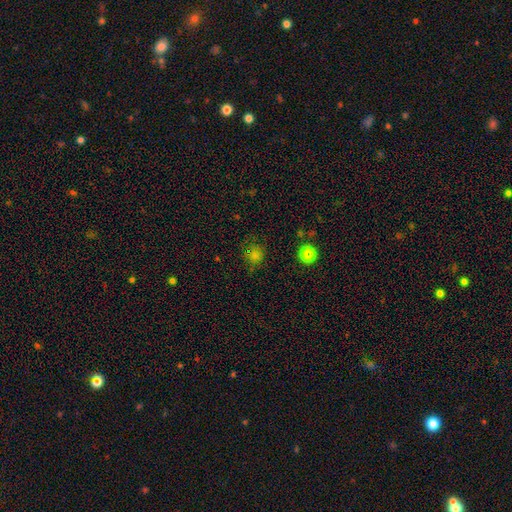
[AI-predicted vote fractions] This is likely a smooth galaxy (65%). How rounded: clearly round (85%). Merging: likely none (77%).